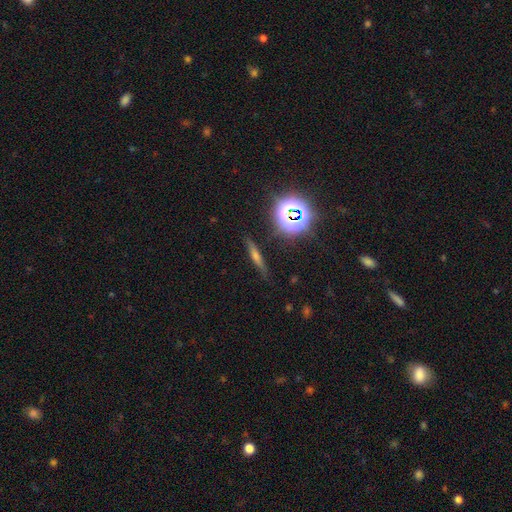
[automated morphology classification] This appears to be a smooth galaxy with no disk features (39%). Merging: none (85%).